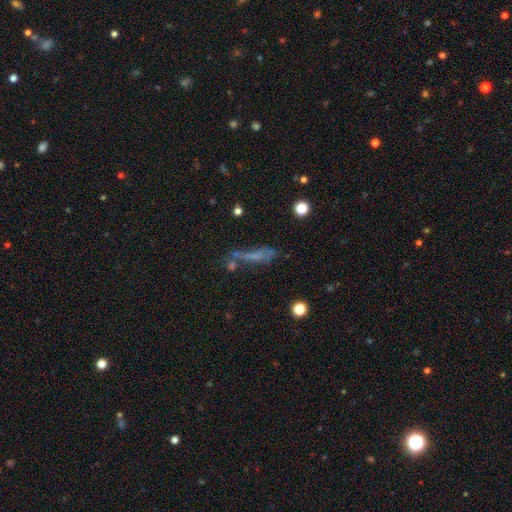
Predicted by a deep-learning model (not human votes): Overall: smooth (42%; featured or disk 37%). Merging: none (36%; major disturbance 25%).